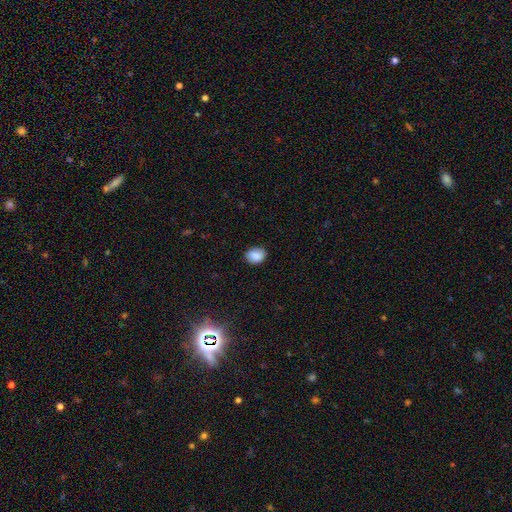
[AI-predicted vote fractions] This is clearly a smooth galaxy (87%). How rounded: possibly round (50%). Merging: clearly none (84%).